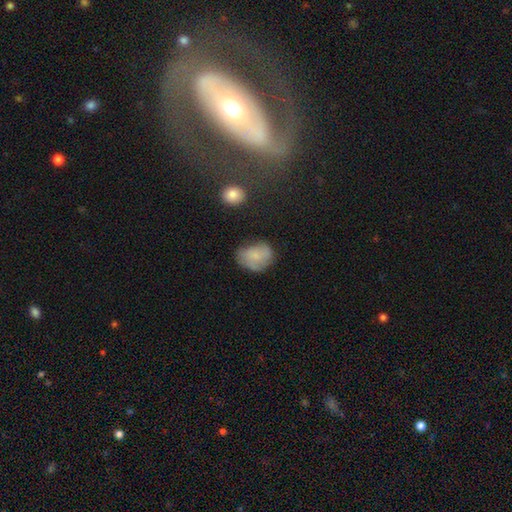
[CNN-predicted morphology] smooth_or_featured: smooth (p=0.69) [alt: featured or disk p=0.22]
how_rounded: in between (p=0.59) [alt: round p=0.40]
merging: none (p=0.51) [alt: minor disturbance p=0.33]